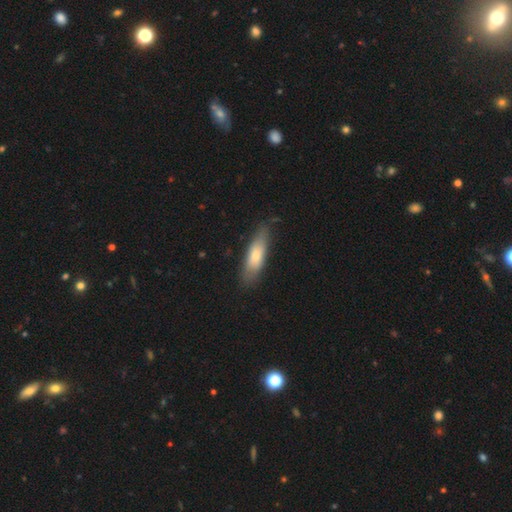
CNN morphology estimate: Smooth or featured? smooth (69%)
How rounded? in between (49%, tied with cigar-shaped)
Merging? none (74%)